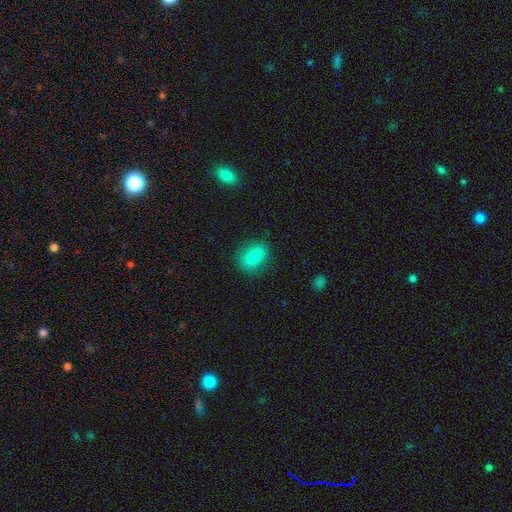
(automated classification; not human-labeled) Smooth or featured?
  - smooth: 84% *
  - star or artifact: 9%
  - featured or disk: 7%
How rounded?
  - in between: 75% *
  - round: 23%
  - cigar-shaped: 2%
Merging?
  - none: 82% *
  - minor disturbance: 13%
  - major disturbance: 4%
  - merger: 1%